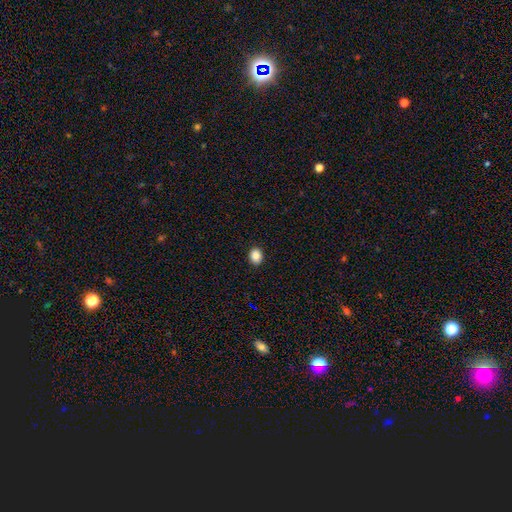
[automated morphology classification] This appears to be a smooth galaxy with no disk features (88%) that is round (56%). Merging: none (91%).